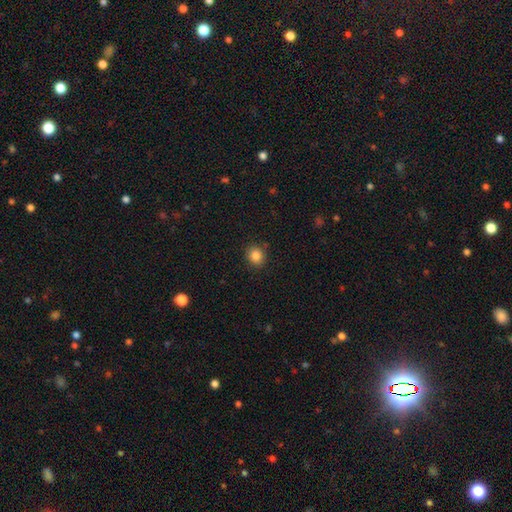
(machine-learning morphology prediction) Smooth or featured?
  - smooth: 85% *
  - star or artifact: 11%
  - featured or disk: 5%
How rounded?
  - round: 75% *
  - in between: 24%
  - cigar-shaped: 1%
Merging?
  - none: 87% *
  - minor disturbance: 9%
  - major disturbance: 2%
  - merger: 2%